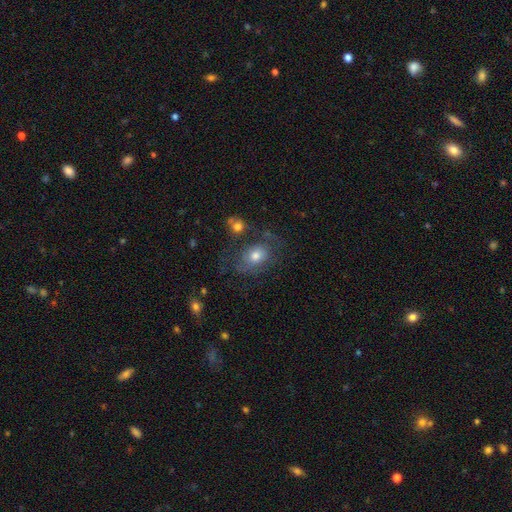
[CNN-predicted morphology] Smooth or featured?
  - smooth: 59% *
  - featured or disk: 29%
  - star or artifact: 12%
How rounded?
  - in between: 63% *
  - round: 36%
  - cigar-shaped: 1%
Merging?
  - none: 53% *
  - minor disturbance: 22%
  - major disturbance: 18%
  - merger: 7%